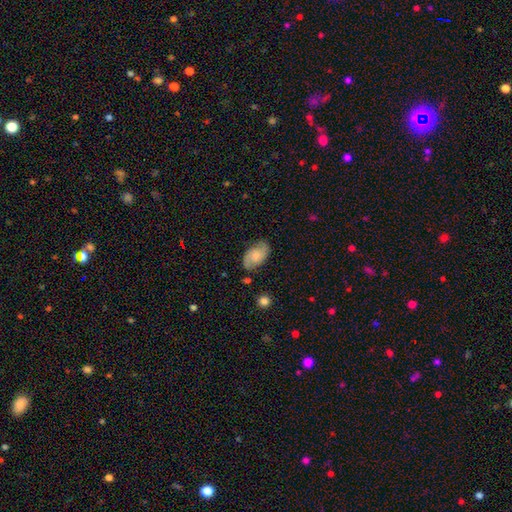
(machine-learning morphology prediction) Smooth or featured?
  - featured or disk: 61% *
  - smooth: 32%
  - star or artifact: 7%
Edge-on disk?
  - no: 96% *
  - yes: 4%
Bar?
  - no: 64% *
  - weak: 31%
  - strong: 5%
Spiral arms?
  - yes: 93% *
  - no: 7%
Spiral winding?
  - medium: 48% *
  - tight: 28%
  - loose: 25%
Spiral arm count?
  - 2: 89% *
  - can't tell: 6%
  - 1: 2%
  - 3: 1%
  - 4: 1%
  - more than 4: 1%
Bulge size?
  - small: 43% *
  - moderate: 29%
  - none: 21%
  - large: 6%
  - dominant: 2%
Merging?
  - none: 78% *
  - minor disturbance: 15%
  - major disturbance: 4%
  - merger: 2%